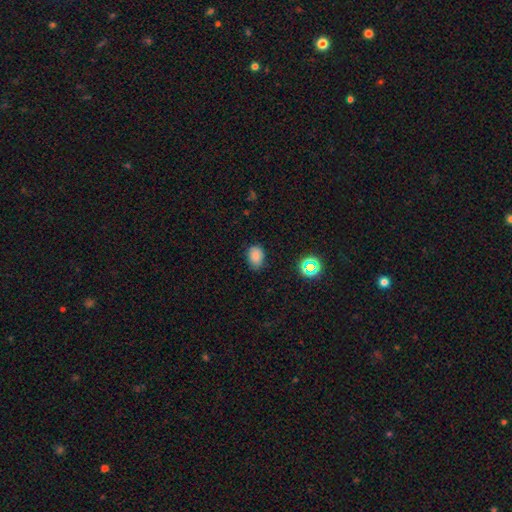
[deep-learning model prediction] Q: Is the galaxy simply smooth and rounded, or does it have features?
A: smooth — 80%.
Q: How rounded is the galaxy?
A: in between — 69%.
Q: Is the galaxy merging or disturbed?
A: none — 75%.